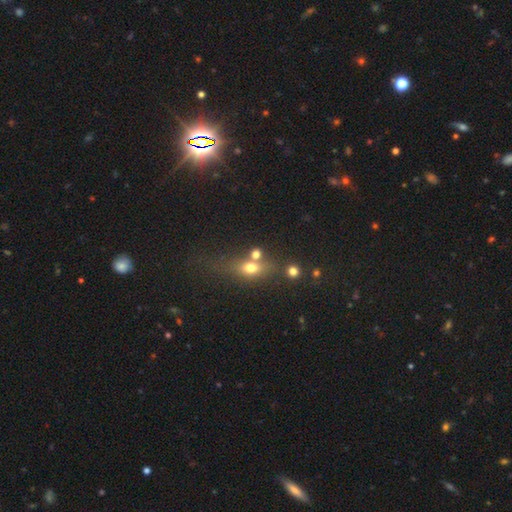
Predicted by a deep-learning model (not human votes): smooth-or-featured: smooth: 59% | featured or disk: 22% | star or artifact: 19%
  how-rounded: in between: 53% | round: 30% | cigar-shaped: 17%
  merging: none: 49% | merger: 27% | minor disturbance: 15% | major disturbance: 9%